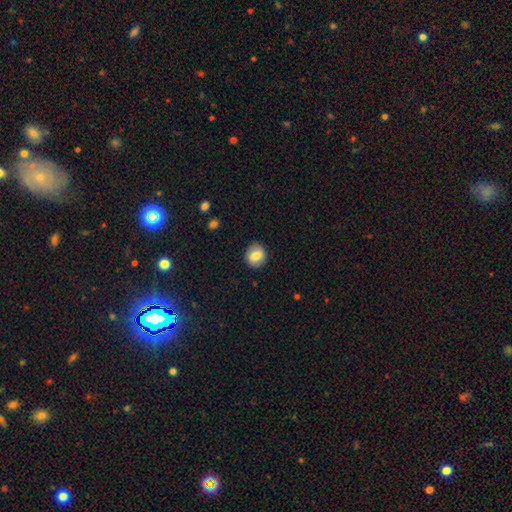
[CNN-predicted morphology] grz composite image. It shows a smooth galaxy with no disk features (81%) that is round (81%). Merging: none (89%).